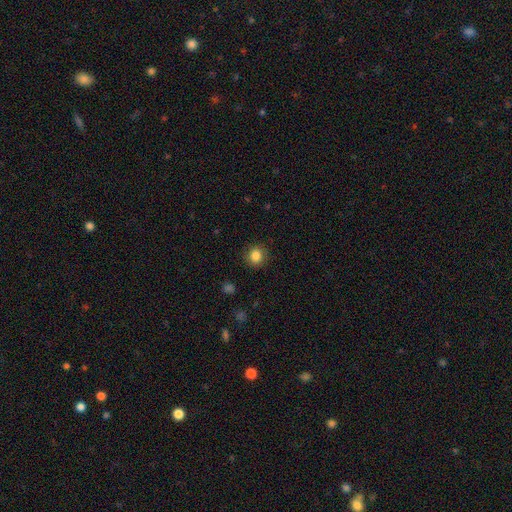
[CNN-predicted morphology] This is clearly a smooth galaxy (85%). How rounded: clearly round (83%). Merging: clearly none (89%).